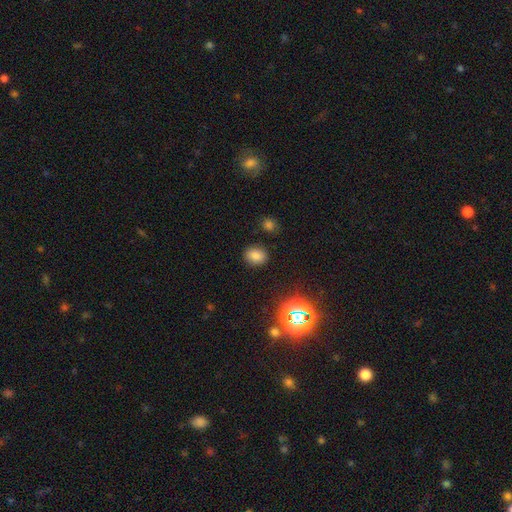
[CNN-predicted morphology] Q: Smooth or featured?
A: smooth (79%); runner-up: star or artifact (16%)
Q: How rounded?
A: in between (56%); runner-up: round (43%)
Q: Merging?
A: none (86%); runner-up: minor disturbance (9%)